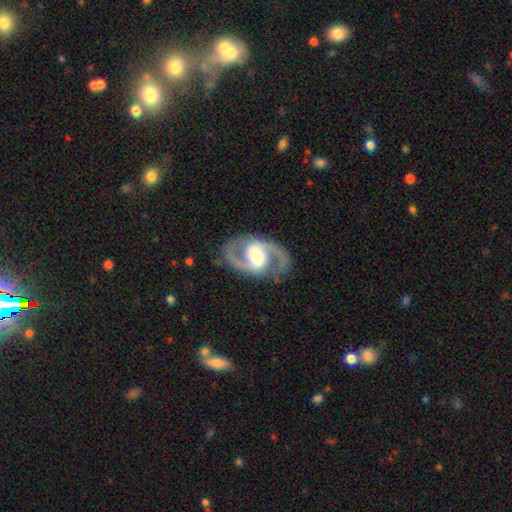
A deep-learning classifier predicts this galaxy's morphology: Smooth or featured? Predicted: featured or disk (p=0.92). Edge-on disk? Predicted: no (p=0.98). Bar? Predicted: weak (p=0.44). Spiral arms? Predicted: yes (p=0.98). Spiral winding? Predicted: medium (p=0.65). Spiral arm count? Predicted: 2 (p=0.95). Bulge size? Predicted: moderate (p=0.56). Merging? Predicted: none (p=0.85).